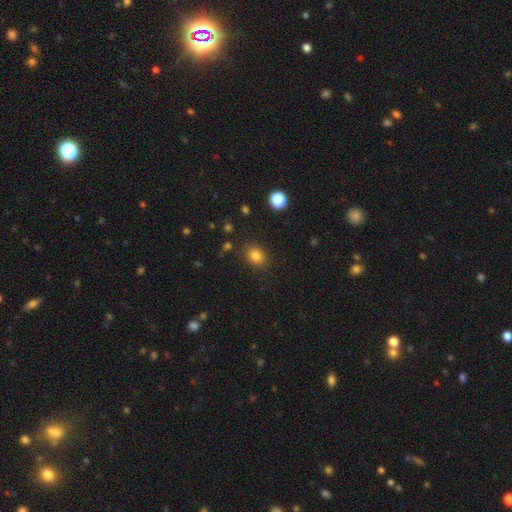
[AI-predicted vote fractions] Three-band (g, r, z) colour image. It shows a smooth galaxy with no disk features (82%) that is round (60%). Merging: none (85%).